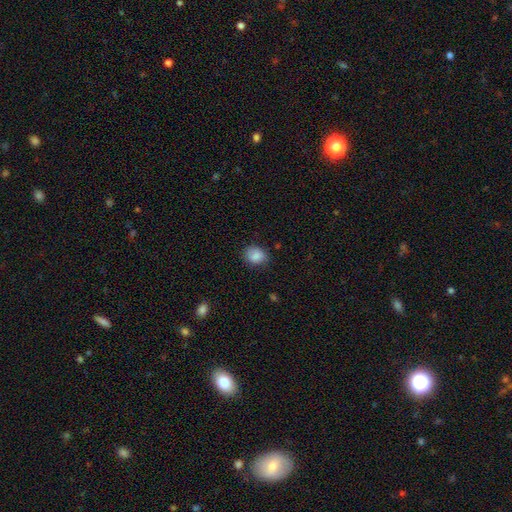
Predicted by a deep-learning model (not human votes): Q: Smooth or featured?
A: smooth (87%); runner-up: star or artifact (8%)
Q: How rounded?
A: round (51%); runner-up: in between (48%)
Q: Merging?
A: none (77%); runner-up: minor disturbance (18%)